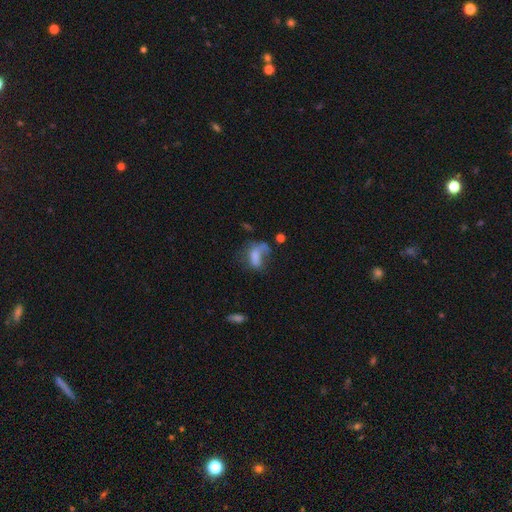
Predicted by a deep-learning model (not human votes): A smooth galaxy with no disk features (55%) that is in between round and cigar-shaped (81%). Merging: major disturbance (49%).